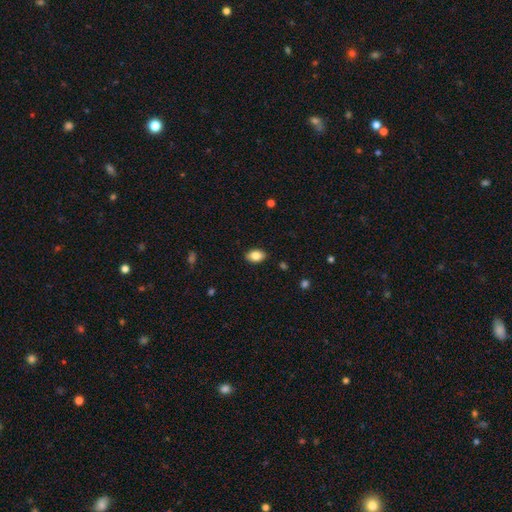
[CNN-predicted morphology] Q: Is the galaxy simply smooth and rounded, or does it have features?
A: smooth — 83%.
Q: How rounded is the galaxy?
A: in between — 88%.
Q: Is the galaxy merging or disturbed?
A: none — 88%.